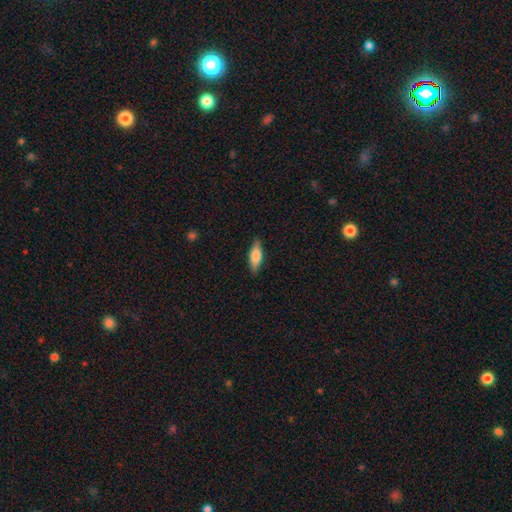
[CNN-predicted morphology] The model was most divided on "how rounded": in between: 66%, cigar-shaped: 32%, round: 2%. More confident: merging — none (86%); smooth or featured — smooth (75%).